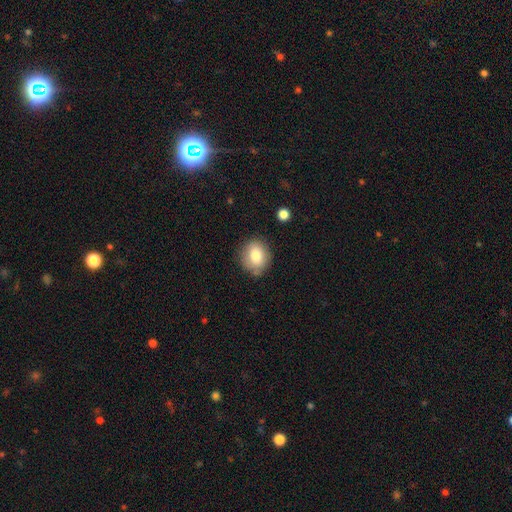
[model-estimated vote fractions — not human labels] A smooth galaxy with no disk features (81%) that is round (65%).

Vote fractions:
- Smooth or featured? smooth: 81% / featured or disk: 10% / star or artifact: 9%
- How rounded? round: 65% / in between: 34% / cigar-shaped: 1%
- Merging? none: 77% / minor disturbance: 16% / major disturbance: 4% / merger: 3%